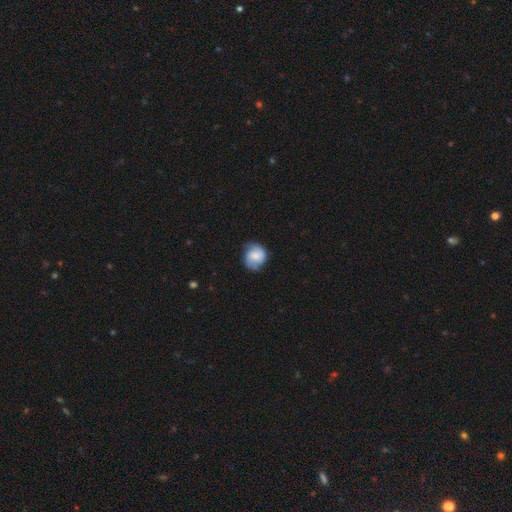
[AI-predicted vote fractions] This is possibly a smooth galaxy (52%). How rounded: likely round (76%). Merging: likely none (68%).